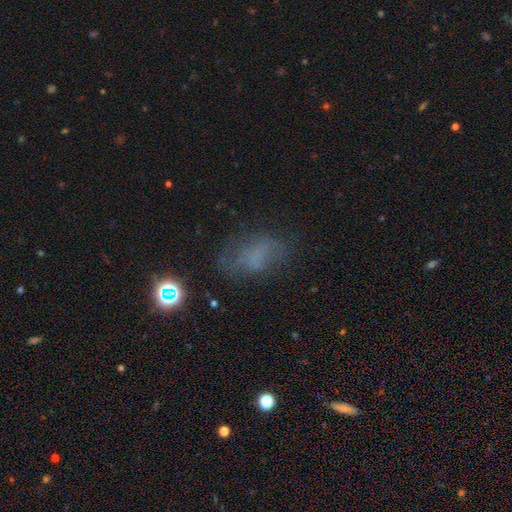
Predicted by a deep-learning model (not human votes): Smooth or featured?
  - smooth: 48% *
  - featured or disk: 31%
  - star or artifact: 21%
Merging?
  - none: 55% *
  - minor disturbance: 23%
  - major disturbance: 20%
  - merger: 3%